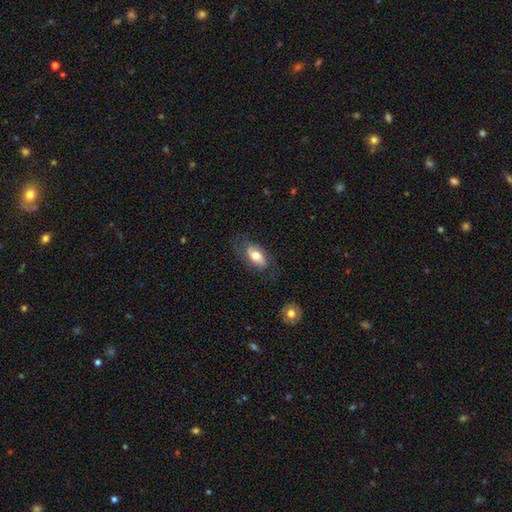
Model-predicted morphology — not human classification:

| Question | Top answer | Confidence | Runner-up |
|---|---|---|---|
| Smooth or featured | smooth | 64% | featured or disk (29%) |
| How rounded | in between | 86% | cigar-shaped (9%) |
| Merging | none | 67% | minor disturbance (21%) |